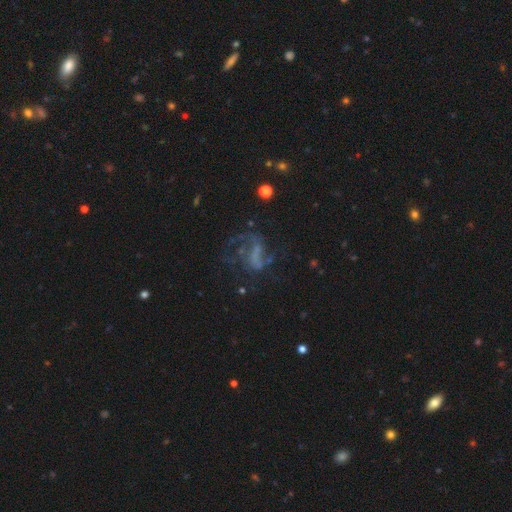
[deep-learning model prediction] smooth_or_featured: featured or disk (p=0.58) [alt: star or artifact p=0.22]
disk_edge_on: no (p=0.97) [alt: yes p=0.03]
bar: no (p=0.60) [alt: weak p=0.27]
has_spiral_arms: yes (p=0.55) [alt: no p=0.45]
bulge_size: none (p=0.72) [alt: small p=0.14]
merging: major disturbance (p=0.40) [alt: none p=0.37]